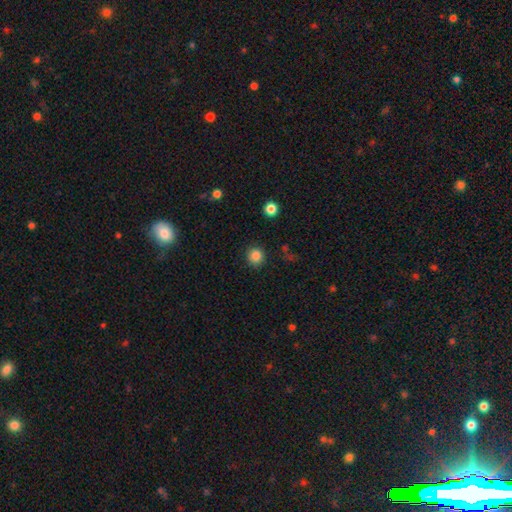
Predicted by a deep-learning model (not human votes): The model was most divided on "smooth or featured": smooth: 85%, star or artifact: 11%, featured or disk: 4%. More confident: how rounded — round (91%); merging — none (89%).